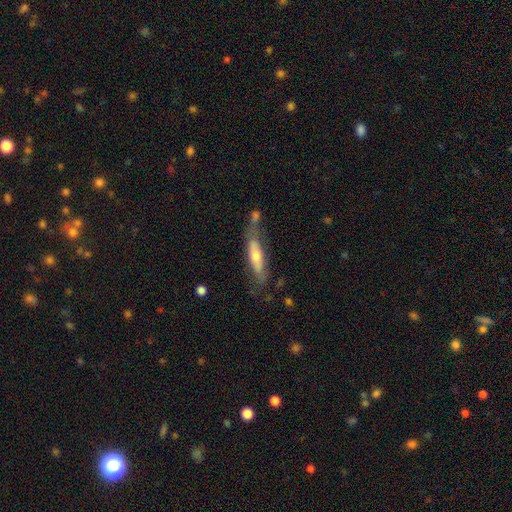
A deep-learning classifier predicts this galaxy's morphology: Smooth or featured?
  - featured or disk: 55% *
  - smooth: 37%
  - star or artifact: 7%
Edge-on disk?
  - yes: 60% *
  - no: 40%
Merging?
  - none: 46% *
  - minor disturbance: 24%
  - merger: 16%
  - major disturbance: 14%